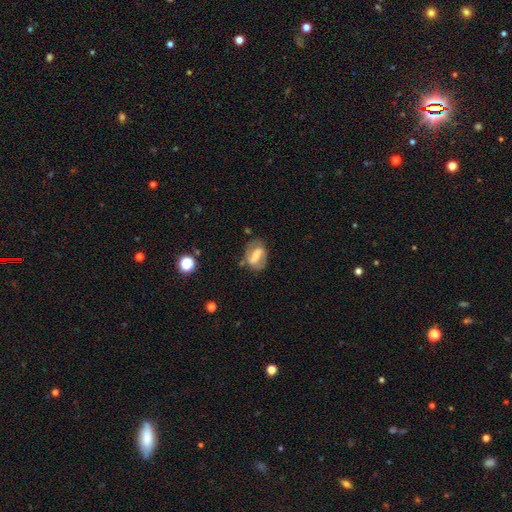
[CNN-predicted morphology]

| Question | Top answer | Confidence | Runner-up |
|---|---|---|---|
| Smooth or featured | featured or disk | 65% | smooth (28%) |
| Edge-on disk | no | 94% | yes (6%) |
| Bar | strong | 59% | weak (30%) |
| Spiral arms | yes | 68% | no (32%) |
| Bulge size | moderate | 41% | small (36%) |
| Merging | none | 68% | minor disturbance (20%) |